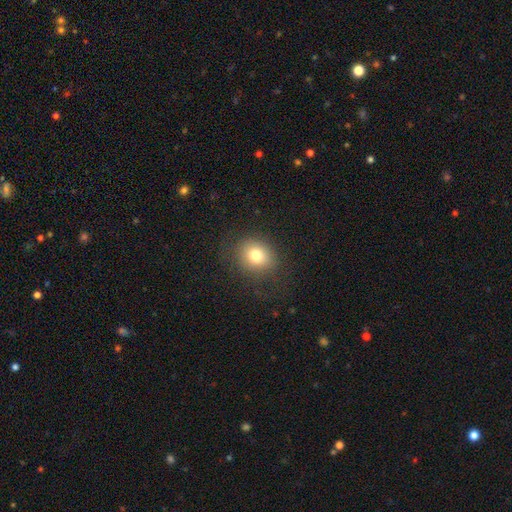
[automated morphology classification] smooth_or_featured: smooth (p=0.76) [alt: star or artifact p=0.12]
how_rounded: round (p=0.68) [alt: in between p=0.31]
merging: none (p=0.80) [alt: minor disturbance p=0.12]